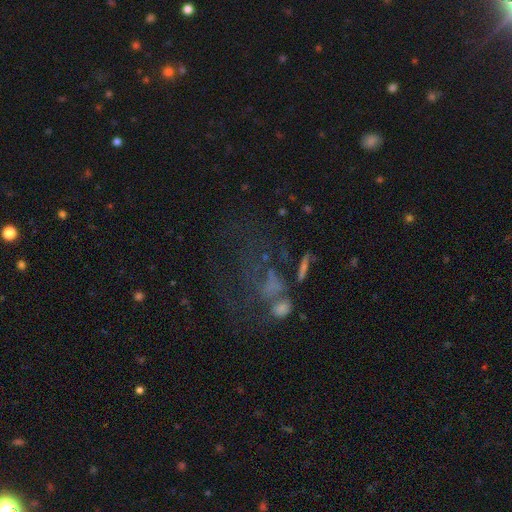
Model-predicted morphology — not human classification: This appears to be a star or artifact, not a galaxy (39%, tied with featured or disk).